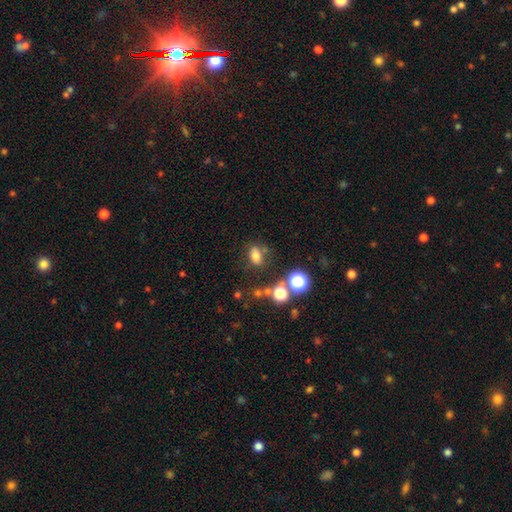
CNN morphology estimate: Smooth or featured? Predicted: smooth (p=0.73). How rounded? Predicted: in between (p=0.73). Merging? Predicted: none (p=0.67).